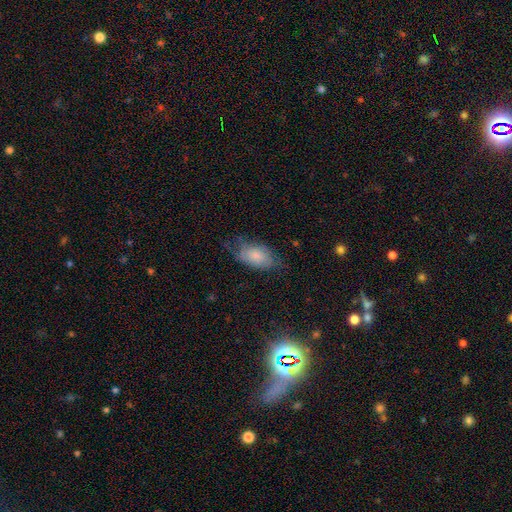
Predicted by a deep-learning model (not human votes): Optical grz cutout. It shows a smooth galaxy with no disk features (69%) that is in between round and cigar-shaped (91%). Merging: none (50%).